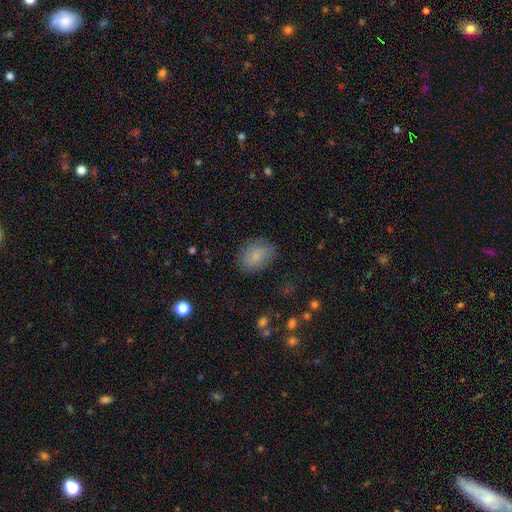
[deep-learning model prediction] Morphology: type=smooth (80%); roundness=in between (75%); merging=none (79%).